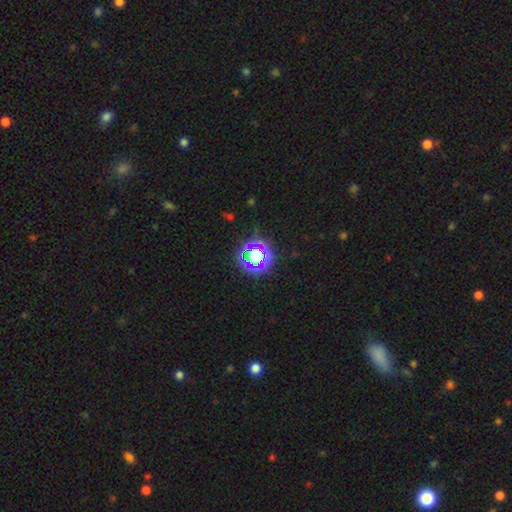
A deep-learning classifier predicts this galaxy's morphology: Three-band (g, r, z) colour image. It shows a star or artifact, not a galaxy (65%).